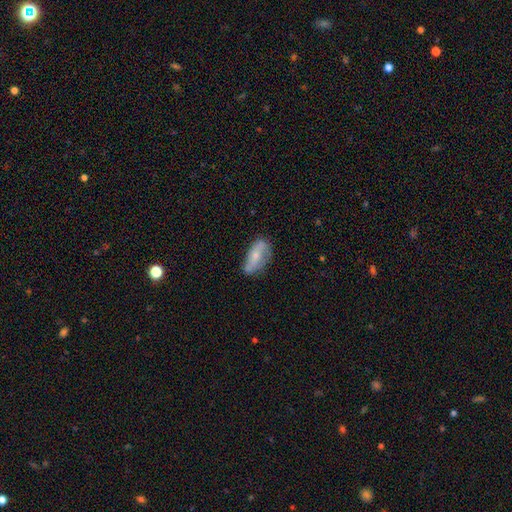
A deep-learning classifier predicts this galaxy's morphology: Smooth or featured? Predicted: featured or disk (p=0.51). Edge-on disk? Predicted: no (p=0.89). Merging? Predicted: none (p=0.58).